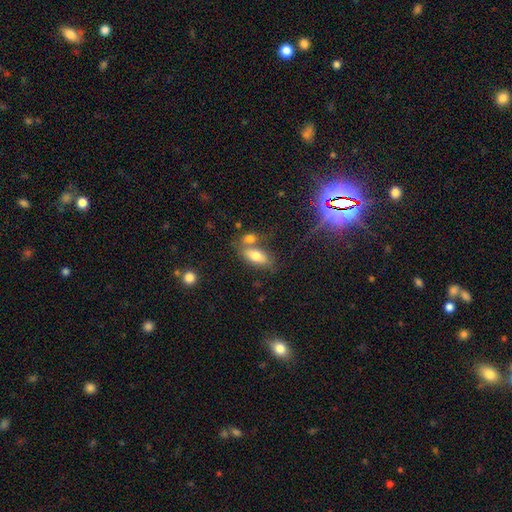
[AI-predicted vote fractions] Smooth or featured: smooth — 74% (featured or disk — 17%)
How rounded: in between — 84% (cigar-shaped — 12%)
Merging: none — 48% (merger — 35%)